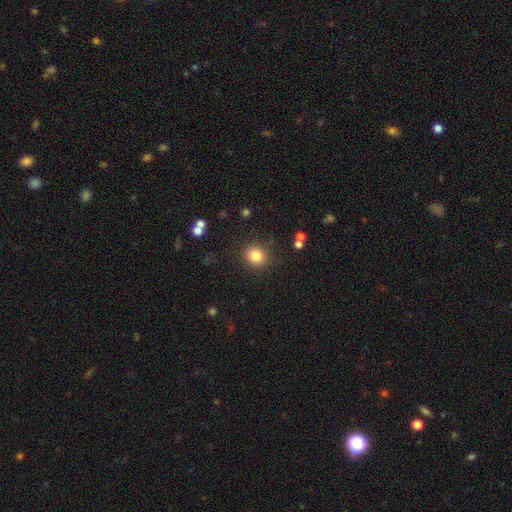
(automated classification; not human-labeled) smooth 82%, star or artifact 12%, featured or disk 6%. Down the decision tree: how rounded — round (85%); merging — none (87%).